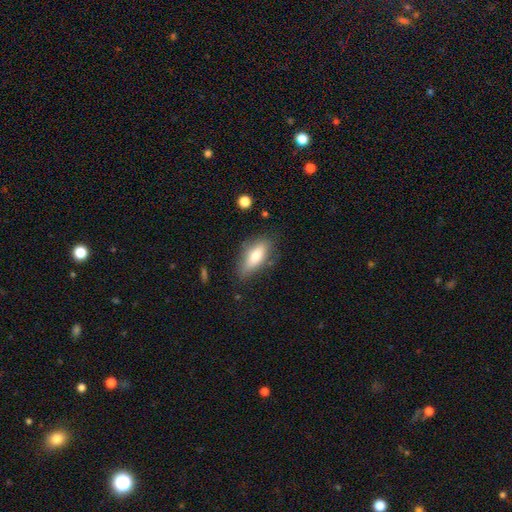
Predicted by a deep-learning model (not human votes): This appears to be a smooth galaxy with no disk features (73%) that is in between round and cigar-shaped (72%). Merging: none (76%).